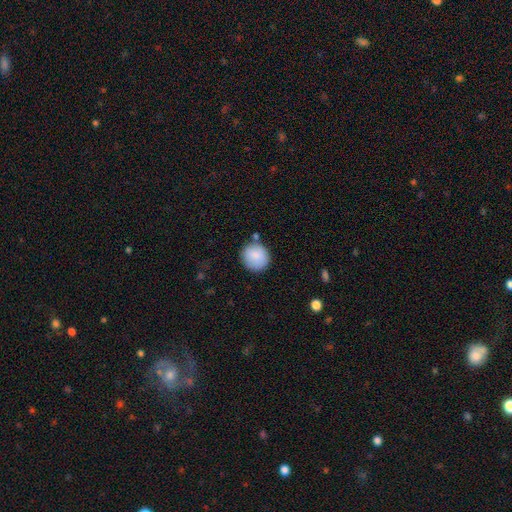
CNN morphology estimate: The model was most divided on "merging": none: 78%, minor disturbance: 13%, merger: 5%, major disturbance: 3%. More confident: how rounded — round (90%); smooth or featured — smooth (87%).